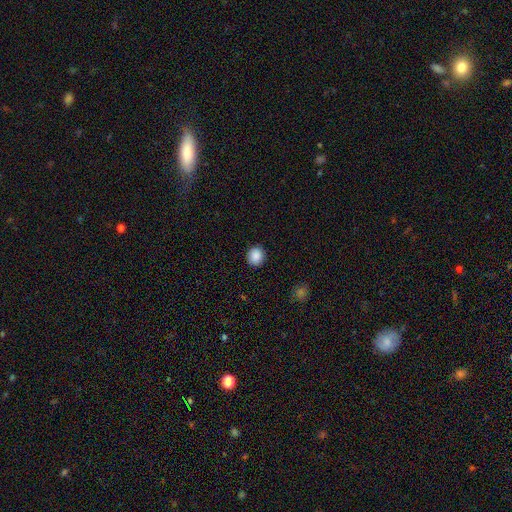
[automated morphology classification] Smooth or featured?
  - smooth: 88% *
  - star or artifact: 9%
  - featured or disk: 3%
How rounded?
  - round: 87% *
  - in between: 12%
  - cigar-shaped: 1%
Merging?
  - none: 91% *
  - minor disturbance: 6%
  - major disturbance: 2%
  - merger: 1%